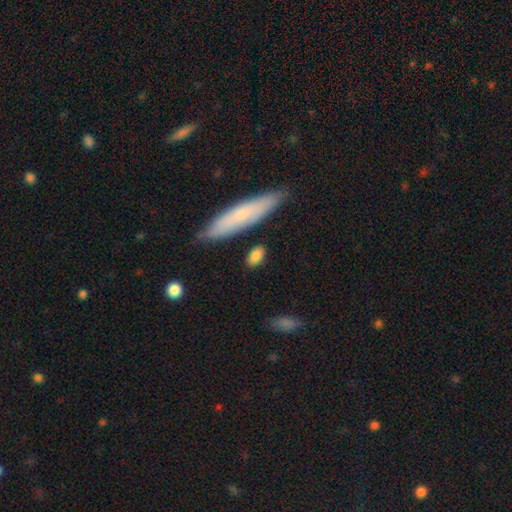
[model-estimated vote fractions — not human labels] This is clearly a smooth galaxy (83%). How rounded: likely in between (80%). Merging: clearly none (81%).